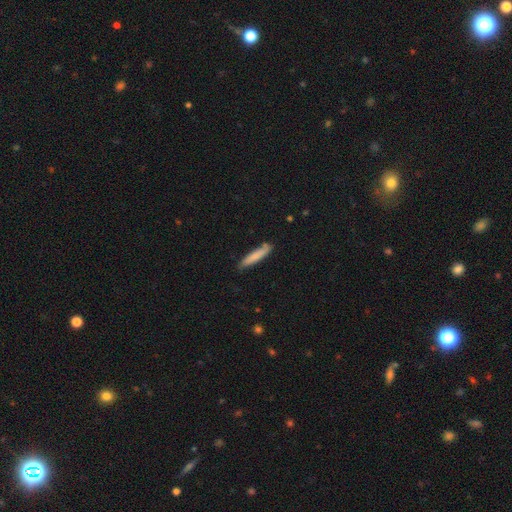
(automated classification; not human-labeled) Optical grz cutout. It shows a smooth galaxy with no disk features (78%) that is cigar-shaped (90%). Merging: none (81%).